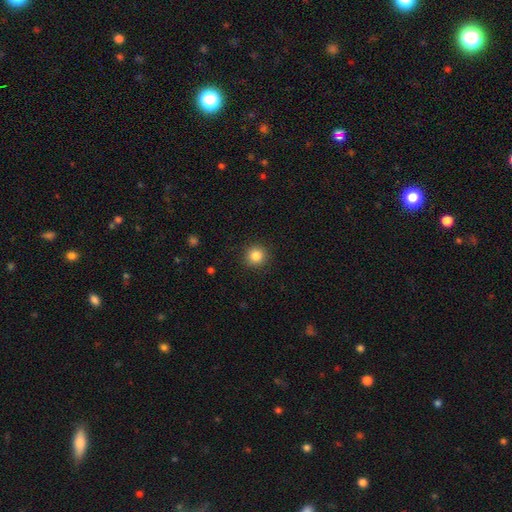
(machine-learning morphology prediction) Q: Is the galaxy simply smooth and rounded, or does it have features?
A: smooth — 85%.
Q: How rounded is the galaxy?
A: round — 94%.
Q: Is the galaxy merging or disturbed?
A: none — 91%.